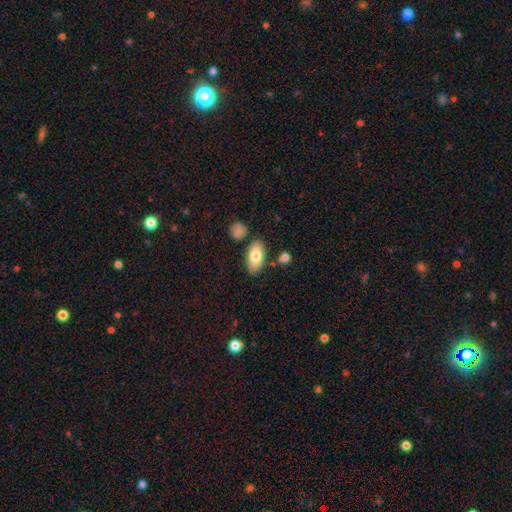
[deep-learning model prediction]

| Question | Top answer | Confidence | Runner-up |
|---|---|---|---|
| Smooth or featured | smooth | 80% | featured or disk (13%) |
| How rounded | in between | 92% | cigar-shaped (4%) |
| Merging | none | 80% | minor disturbance (12%) |